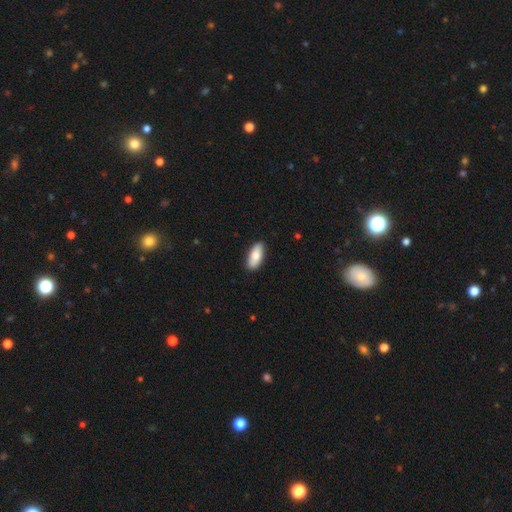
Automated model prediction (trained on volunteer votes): Overall: smooth (76%). How rounded: in between (83%). Merging: none (87%).